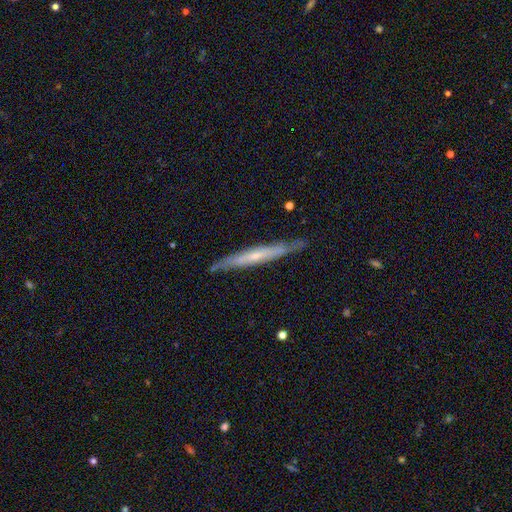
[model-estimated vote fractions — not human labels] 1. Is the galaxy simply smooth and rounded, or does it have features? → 61% featured or disk, 33% smooth, 6% star or artifact.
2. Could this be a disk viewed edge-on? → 89% yes, 11% no.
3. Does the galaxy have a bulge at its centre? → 57% none, 38% rounded, 6% boxy.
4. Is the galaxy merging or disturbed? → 83% none, 13% minor disturbance, 2% major disturbance, 1% merger.